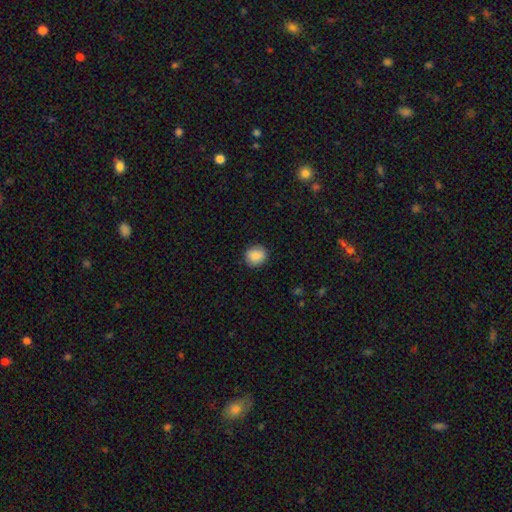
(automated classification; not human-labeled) Smooth or featured?
  - smooth: 87% *
  - star or artifact: 8%
  - featured or disk: 5%
How rounded?
  - round: 84% *
  - in between: 16%
  - cigar-shaped: 1%
Merging?
  - none: 89% *
  - minor disturbance: 8%
  - major disturbance: 2%
  - merger: 1%